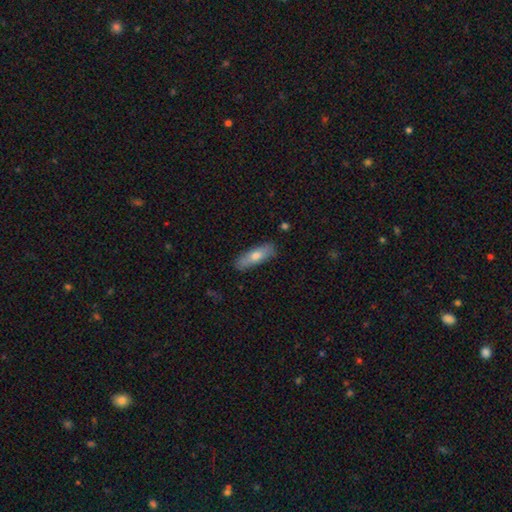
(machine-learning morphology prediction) A smooth galaxy with no disk features (66%) that is cigar-shaped (54%). Merging: none (86%).